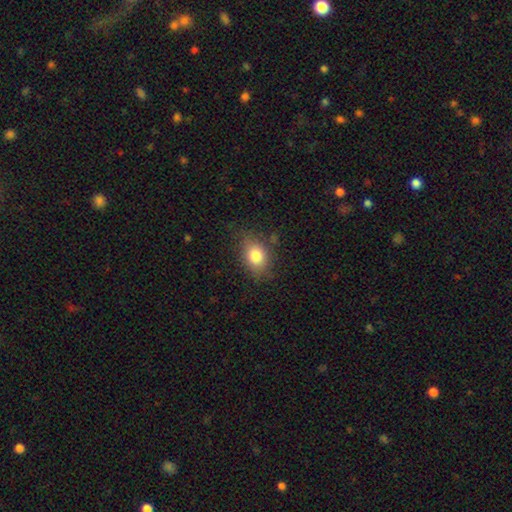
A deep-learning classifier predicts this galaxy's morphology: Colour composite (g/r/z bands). It shows a smooth galaxy with no disk features (80%) that is in between round and cigar-shaped (71%). Merging: none (75%).